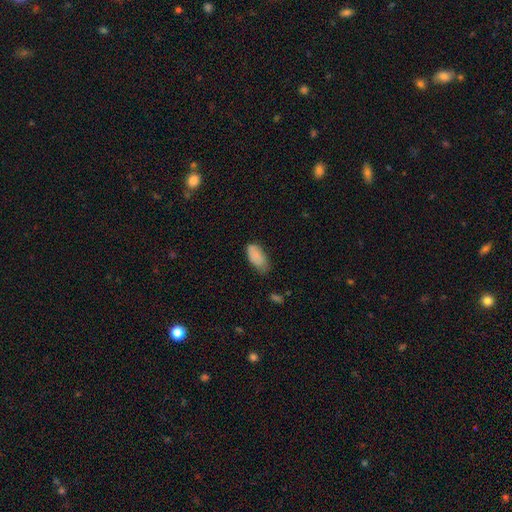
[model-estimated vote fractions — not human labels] Smooth or featured: smooth — 86% (featured or disk — 8%)
How rounded: in between — 92% (cigar-shaped — 5%)
Merging: none — 58% (minor disturbance — 34%)